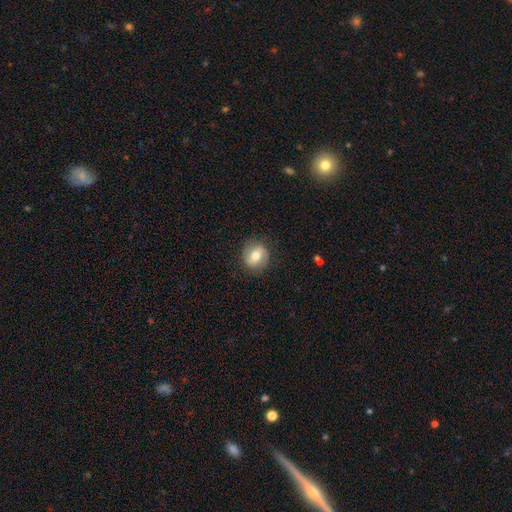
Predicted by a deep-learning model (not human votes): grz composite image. It shows a smooth galaxy with no disk features (62%) that is round (78%). Merging: none (84%).